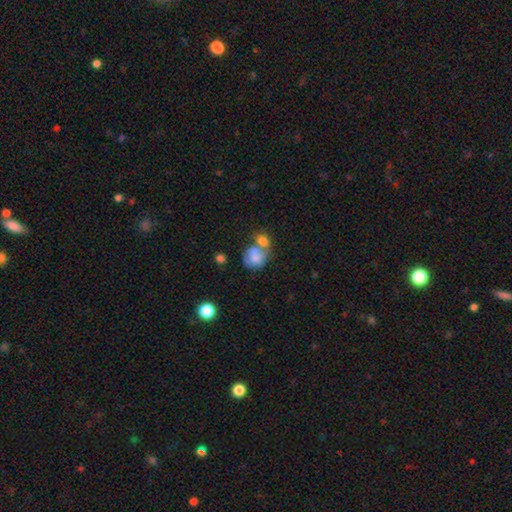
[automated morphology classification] type=smooth (65%); roundness=round (54%); merging=merger (58%).